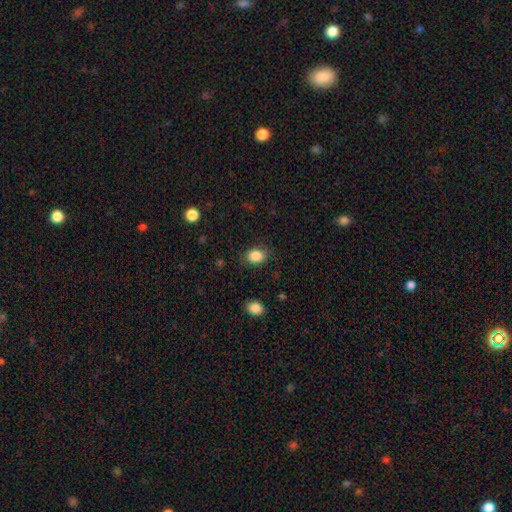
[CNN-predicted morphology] smooth_or_featured: smooth (p=0.86) [alt: star or artifact p=0.09]
how_rounded: in between (p=0.63) [alt: round p=0.36]
merging: none (p=0.82) [alt: minor disturbance p=0.12]